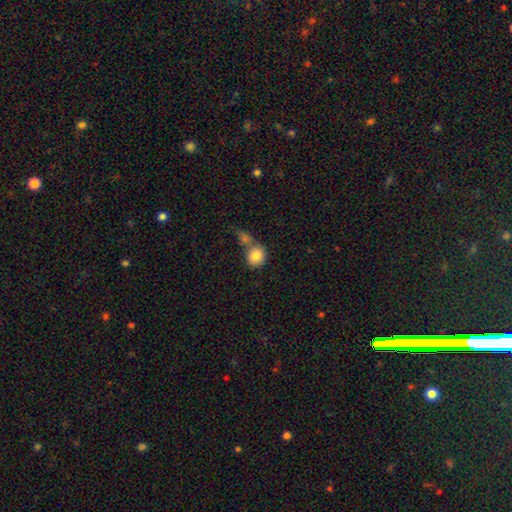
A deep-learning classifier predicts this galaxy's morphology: Q: Smooth or featured?
A: smooth (83%); runner-up: featured or disk (9%)
Q: How rounded?
A: round (76%); runner-up: in between (23%)
Q: Merging?
A: none (43%); runner-up: merger (40%)